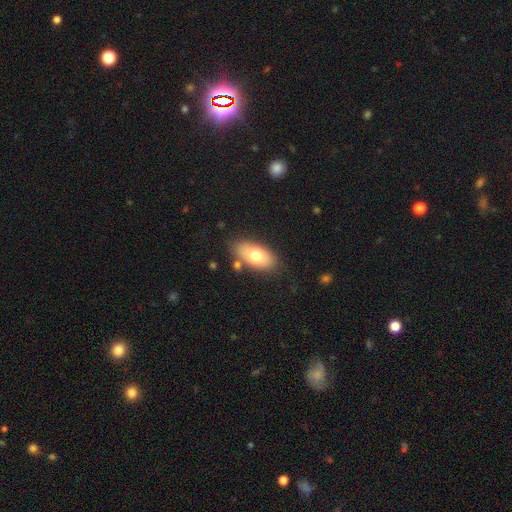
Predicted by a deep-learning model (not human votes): smooth 71%, featured or disk 22%, star or artifact 7%. Down the decision tree: how rounded — in between (91%); merging — none (77%).